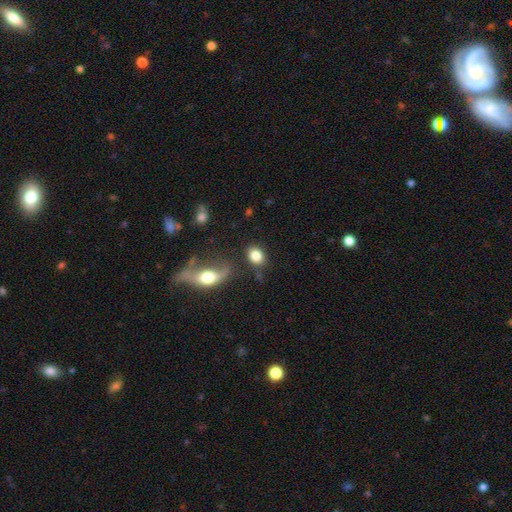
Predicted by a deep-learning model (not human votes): Smooth or featured? smooth (83%)
How rounded? in between (64%)
Merging? none (69%)